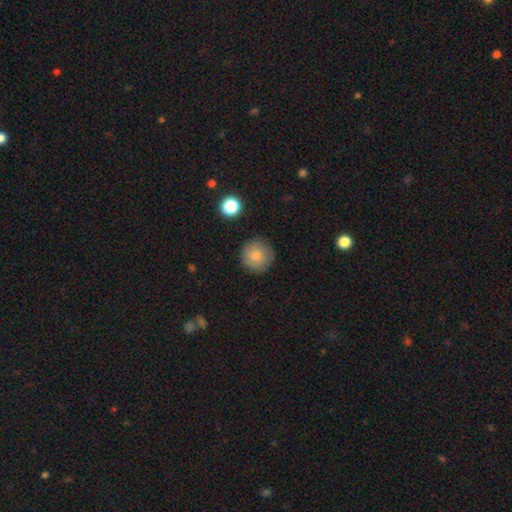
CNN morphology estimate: smooth-or-featured: smooth: 81% | featured or disk: 10% | star or artifact: 9%
  how-rounded: round: 95% | in between: 4% | cigar-shaped: 1%
  merging: none: 88% | minor disturbance: 9% | major disturbance: 2% | merger: 1%